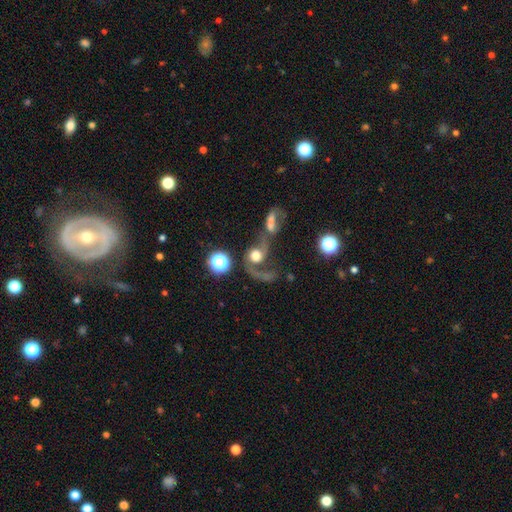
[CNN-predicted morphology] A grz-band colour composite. It shows a featured or disk galaxy (65%) with no bar (74%), 2 (58%) loose (79%) spiral arms (85%) and a moderate central bulge (40%). Merging: merger (48%).